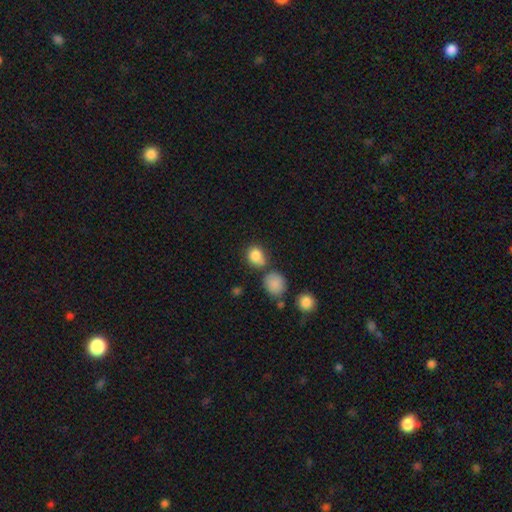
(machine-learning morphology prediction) Smooth or featured? smooth (85%)
How rounded? round (63%)
Merging? none (56%)